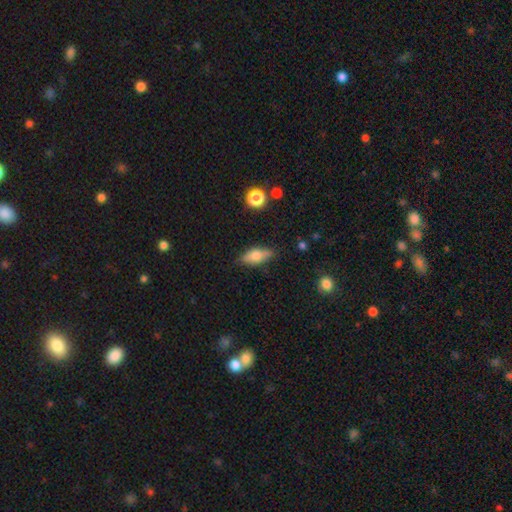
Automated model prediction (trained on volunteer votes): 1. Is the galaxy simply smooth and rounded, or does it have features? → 54% smooth, 38% featured or disk, 8% star or artifact.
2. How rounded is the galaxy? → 66% in between, 30% cigar-shaped, 4% round.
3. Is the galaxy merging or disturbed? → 80% none, 15% minor disturbance, 3% major disturbance, 2% merger.